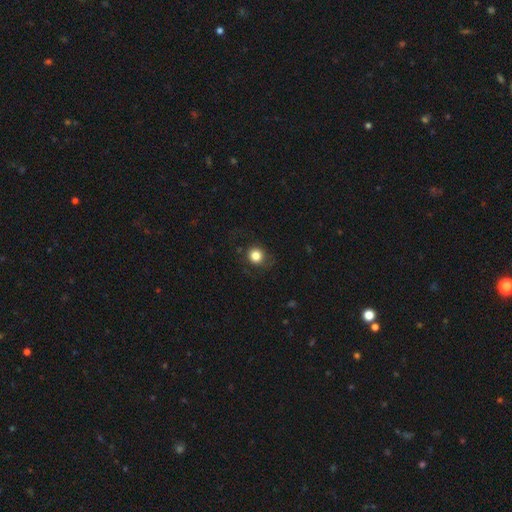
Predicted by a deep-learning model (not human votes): Morphology: type=smooth (82%); roundness=round (88%); merging=none (79%).